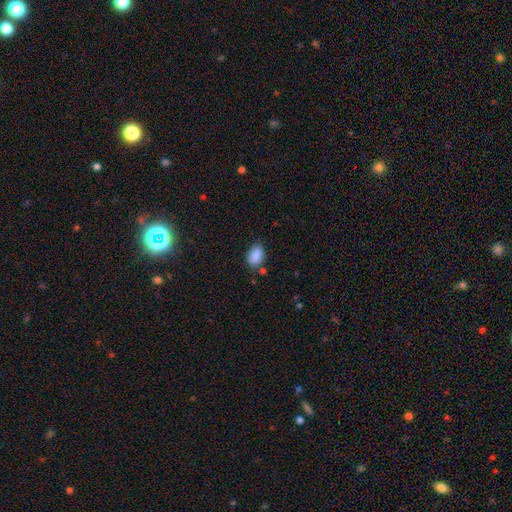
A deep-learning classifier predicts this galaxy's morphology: Smooth or featured? smooth (87%)
How rounded? in between (85%)
Merging? none (73%)